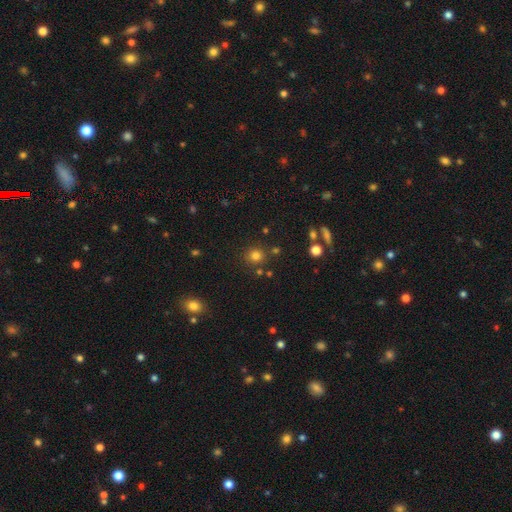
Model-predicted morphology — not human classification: smooth_or_featured: smooth (p=0.78) [alt: star or artifact p=0.16]
how_rounded: round (p=0.88) [alt: in between p=0.11]
merging: none (p=0.83) [alt: minor disturbance p=0.08]